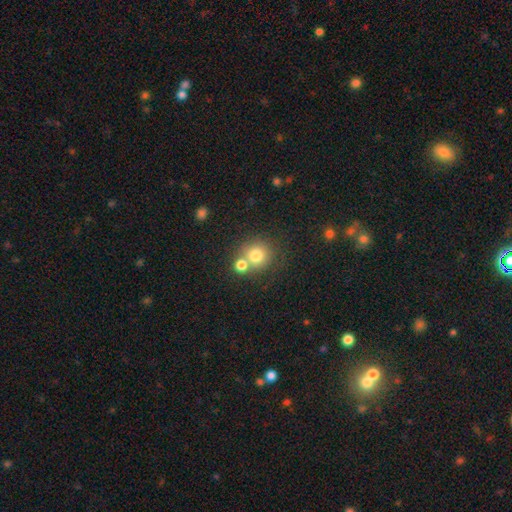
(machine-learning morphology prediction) smooth 76%, star or artifact 13%, featured or disk 12%. Down the decision tree: how rounded — round (89%); merging — none (54%).